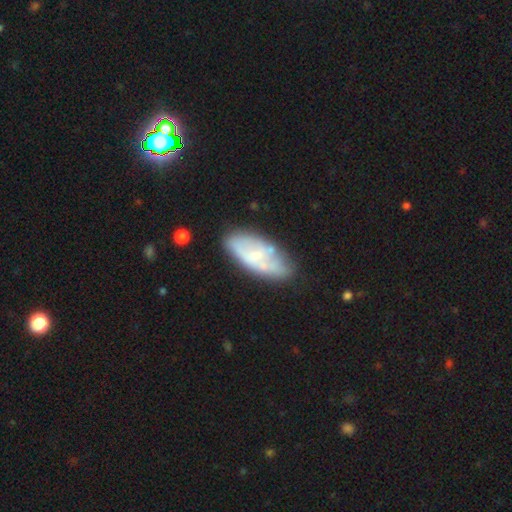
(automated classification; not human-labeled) This appears to be a featured or disk galaxy (47%). Merging: none (58%).